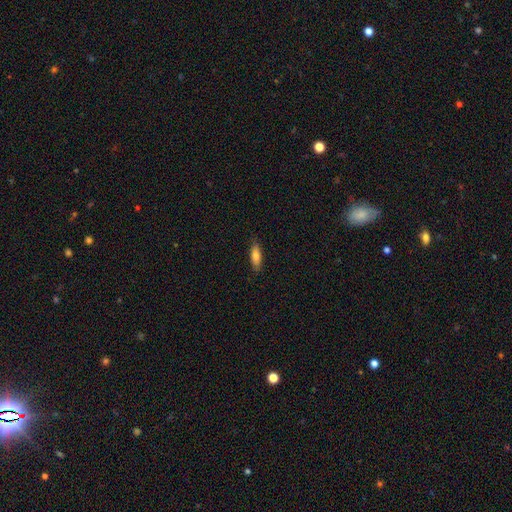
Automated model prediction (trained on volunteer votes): smooth 77%, featured or disk 16%, star or artifact 7%. Down the decision tree: how rounded — in between (52%); merging — none (86%).